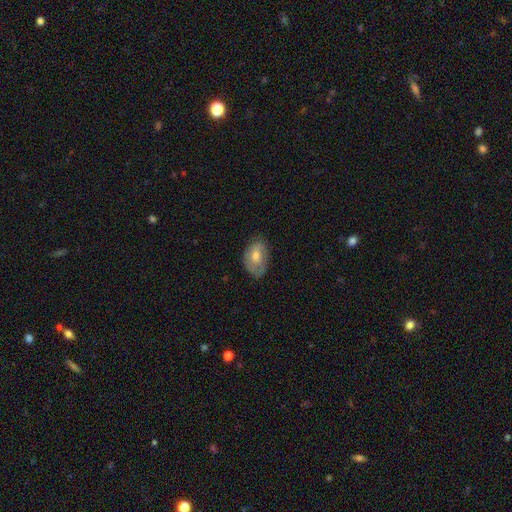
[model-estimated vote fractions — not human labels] A smooth galaxy with no disk features (46%, tied with featured or disk). Merging: none (69%).